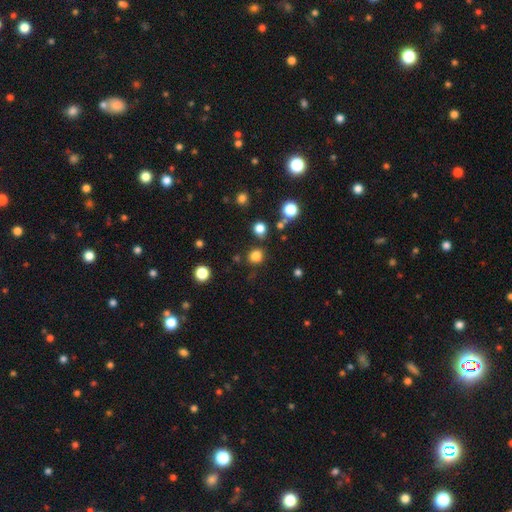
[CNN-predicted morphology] This appears to be a smooth galaxy with no disk features (82%) that is round (85%). Merging: none (83%).